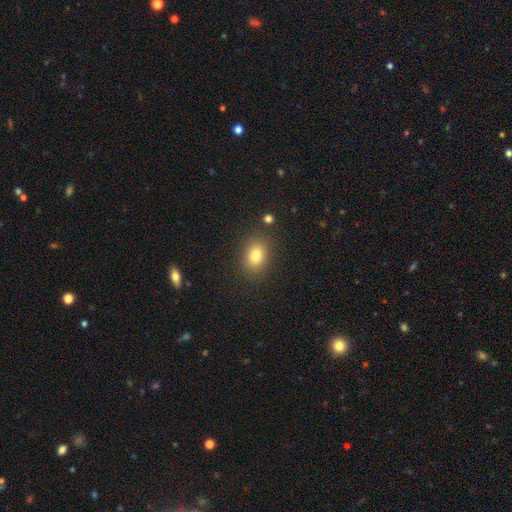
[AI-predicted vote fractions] smooth-or-featured: smooth: 79% | star or artifact: 12% | featured or disk: 9%
  how-rounded: in between: 66% | round: 33% | cigar-shaped: 1%
  merging: none: 85% | minor disturbance: 10% | major disturbance: 3% | merger: 2%